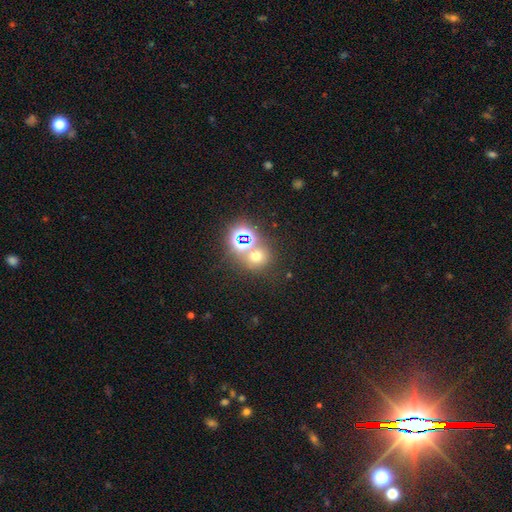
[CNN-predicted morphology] This appears to be a smooth galaxy with no disk features (51%) that is round (81%). Merging: none (62%).